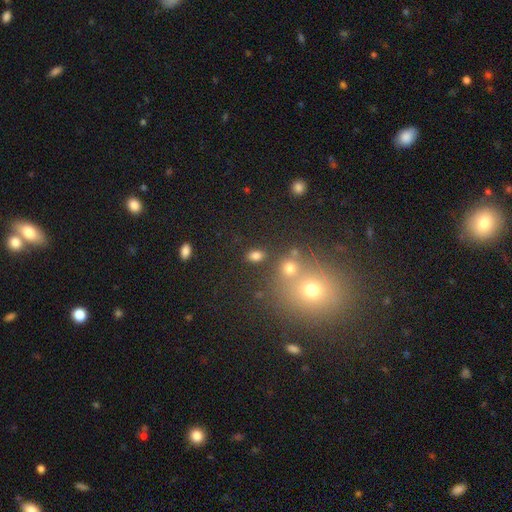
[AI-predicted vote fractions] smooth 80%, star or artifact 14%, featured or disk 6%. Down the decision tree: how rounded — in between (82%); merging — none (80%).